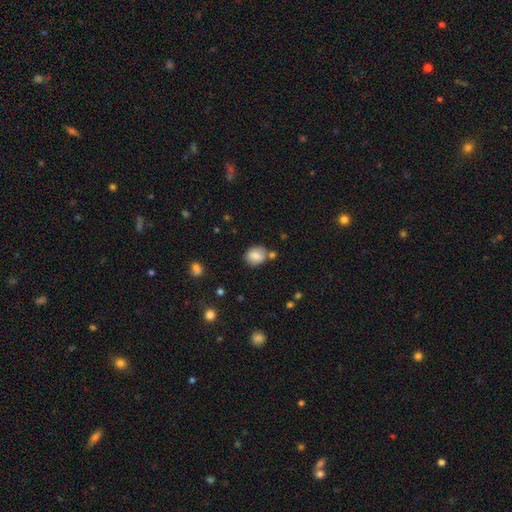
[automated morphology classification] This is clearly a smooth galaxy (81%). How rounded: likely round (63%). Merging: likely none (70%).